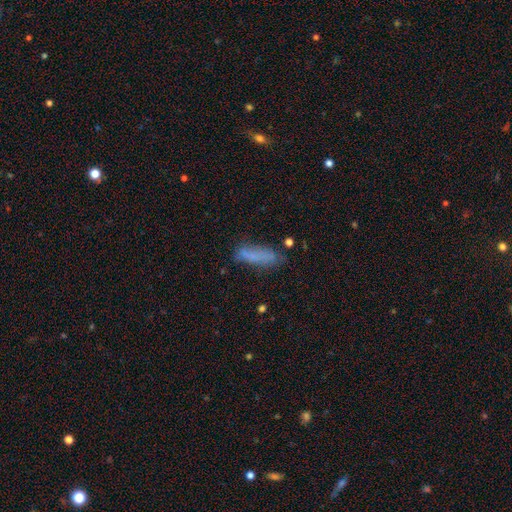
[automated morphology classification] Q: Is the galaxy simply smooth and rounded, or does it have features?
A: smooth — 69%.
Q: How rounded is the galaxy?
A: cigar-shaped — 59%.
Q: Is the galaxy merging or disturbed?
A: none — 61%.